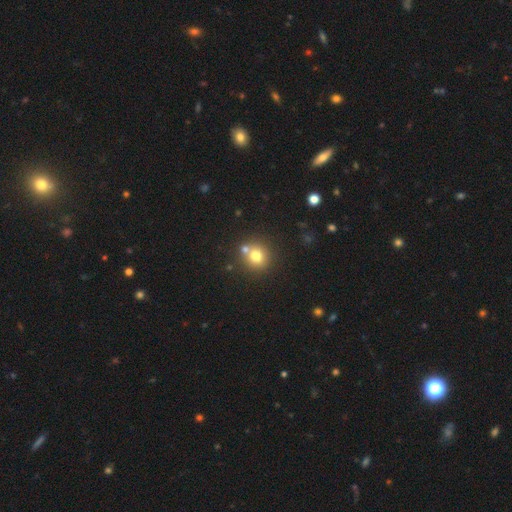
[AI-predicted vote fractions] Overall: smooth (75%). How rounded: round (88%). Merging: none (63%; merger 25%).